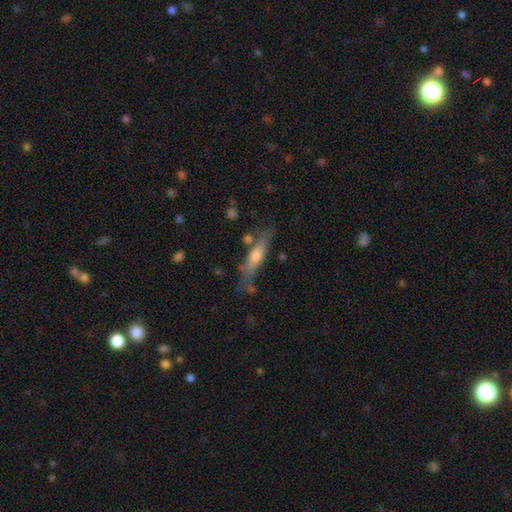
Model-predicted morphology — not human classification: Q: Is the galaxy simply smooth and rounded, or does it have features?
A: featured or disk — 47%.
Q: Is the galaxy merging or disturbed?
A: none — 64%.